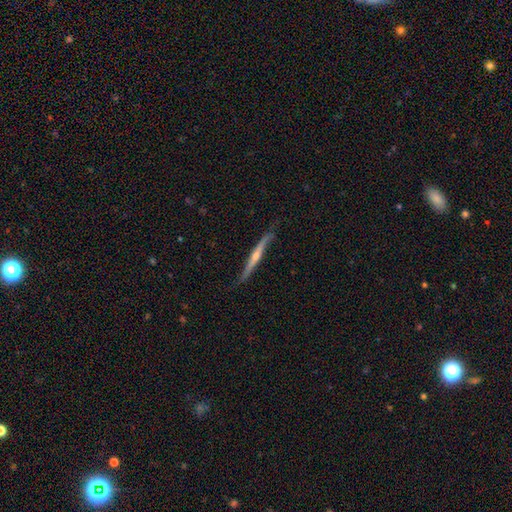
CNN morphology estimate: Overall: featured or disk (77%). Edge-on disk: yes (96%). Edge-on bulge: rounded (74%). Merging: none (84%).